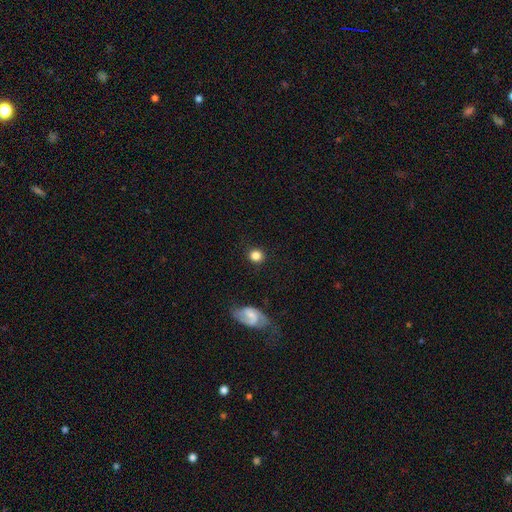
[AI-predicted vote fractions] smooth-or-featured: smooth: 81% | featured or disk: 10% | star or artifact: 9%
  how-rounded: round: 88% | in between: 11% | cigar-shaped: 1%
  merging: none: 86% | minor disturbance: 8% | major disturbance: 3% | merger: 3%